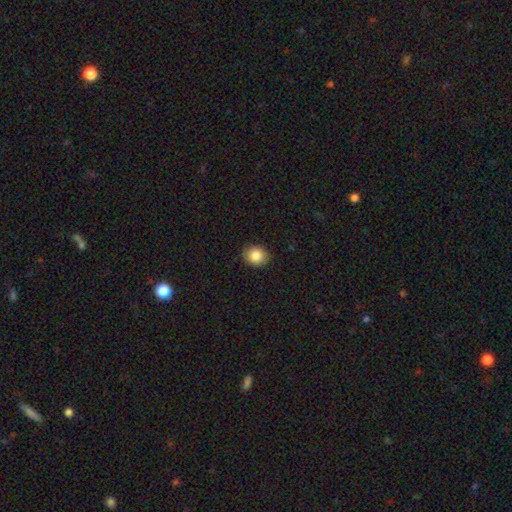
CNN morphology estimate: Smooth or featured: smooth — 86% (star or artifact — 9%)
How rounded: round — 70% (in between — 29%)
Merging: none — 89% (minor disturbance — 8%)